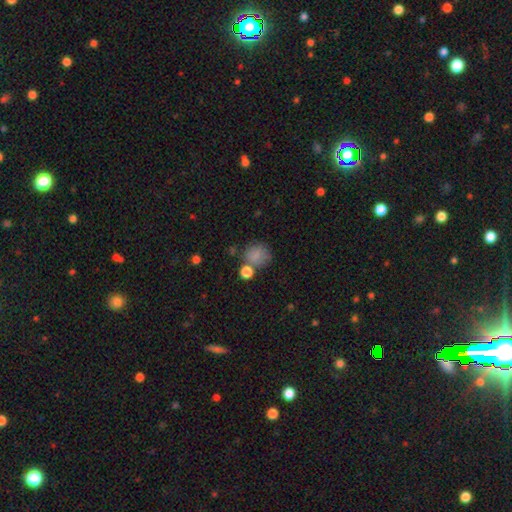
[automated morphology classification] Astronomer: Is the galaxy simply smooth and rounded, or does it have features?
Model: smooth — 80%.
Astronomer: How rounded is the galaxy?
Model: round — 81%.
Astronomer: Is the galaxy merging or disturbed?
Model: none — 60%.